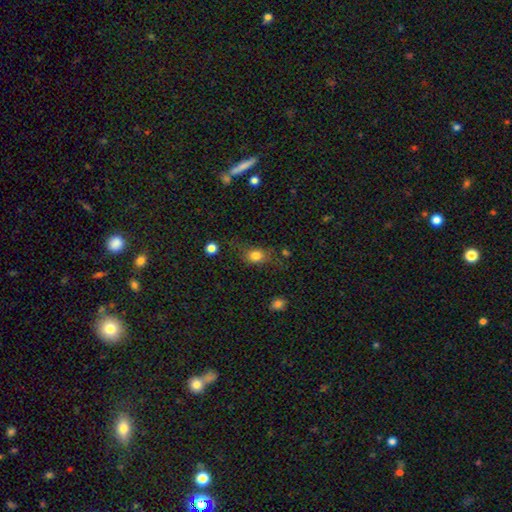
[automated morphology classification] Smooth or featured: smooth — 79% (star or artifact — 11%)
How rounded: in between — 53% (round — 44%)
Merging: none — 62% (minor disturbance — 23%)